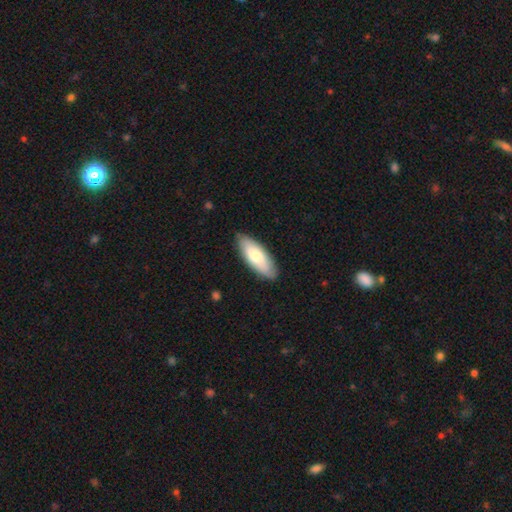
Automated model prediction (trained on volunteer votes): This appears to be a smooth galaxy with no disk features (73%) that is in between round and cigar-shaped (74%). Merging: none (85%).